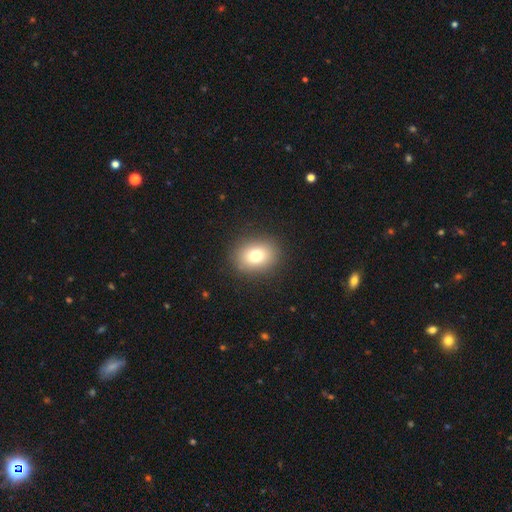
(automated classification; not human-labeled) smooth-or-featured: smooth: 78% | star or artifact: 11% | featured or disk: 11%
  how-rounded: in between: 52% | round: 47% | cigar-shaped: 1%
  merging: none: 89% | minor disturbance: 7% | major disturbance: 3% | merger: 1%